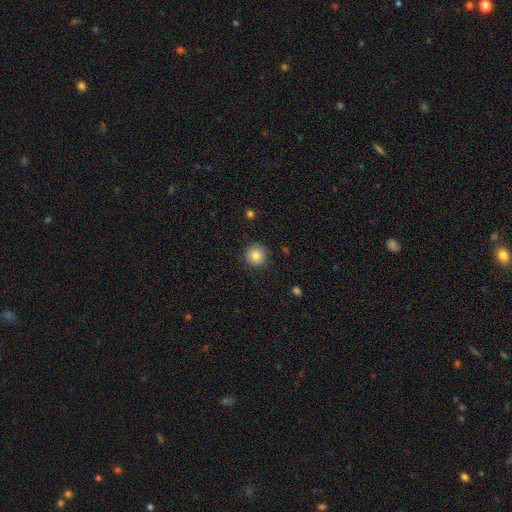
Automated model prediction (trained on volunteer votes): smooth-or-featured: smooth: 83% | star or artifact: 10% | featured or disk: 7%
  how-rounded: round: 94% | in between: 5% | cigar-shaped: 1%
  merging: none: 88% | minor disturbance: 9% | major disturbance: 2% | merger: 1%